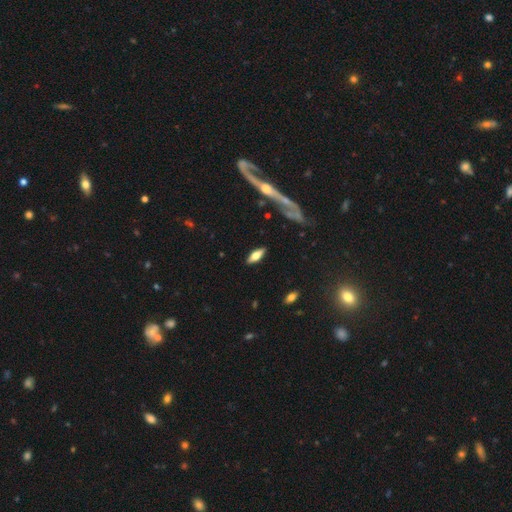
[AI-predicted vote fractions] Morphology: type=smooth (57%); roundness=in between (65%); merging=none (85%).